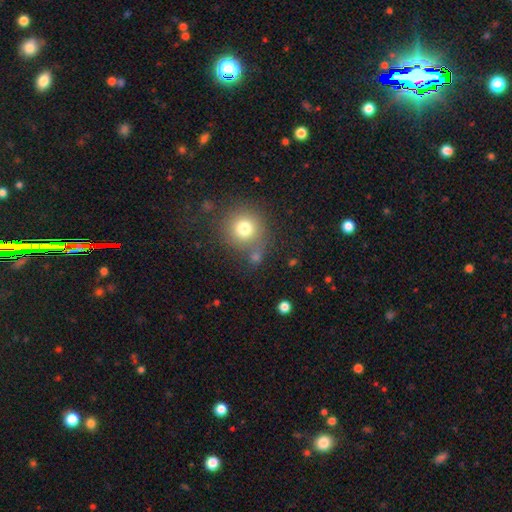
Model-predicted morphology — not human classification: Overall: smooth (75%). How rounded: round (90%). Merging: none (69%).